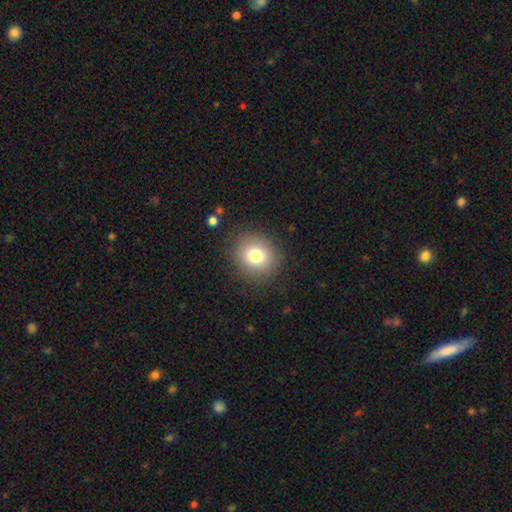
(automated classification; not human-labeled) Smooth or featured?
  - smooth: 78% *
  - star or artifact: 11%
  - featured or disk: 11%
How rounded?
  - round: 84% *
  - in between: 15%
  - cigar-shaped: 1%
Merging?
  - none: 86% *
  - minor disturbance: 9%
  - major disturbance: 4%
  - merger: 1%